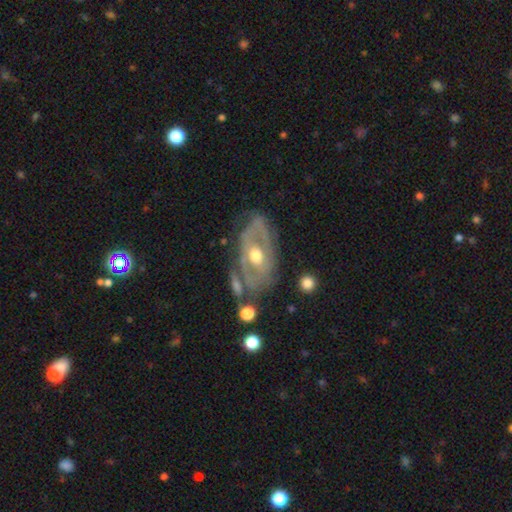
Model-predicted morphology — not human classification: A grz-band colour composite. It shows a featured or disk galaxy (74%) with no bar (64%), spiral arms (54%) and a moderate central bulge (76%). Merging: none (56%).